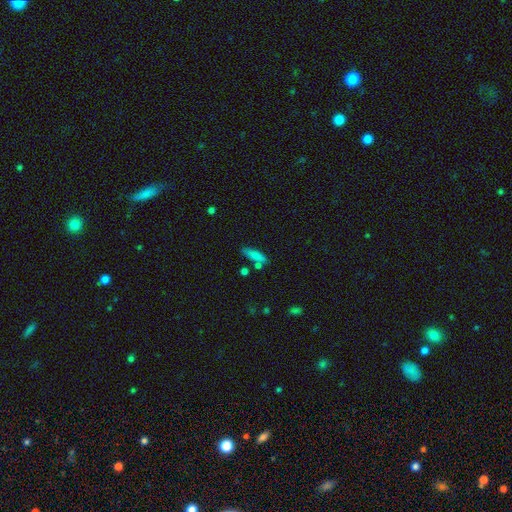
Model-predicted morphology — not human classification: Q: Smooth or featured?
A: smooth (80%); runner-up: featured or disk (11%)
Q: How rounded?
A: cigar-shaped (60%); runner-up: in between (37%)
Q: Merging?
A: none (71%); runner-up: minor disturbance (15%)